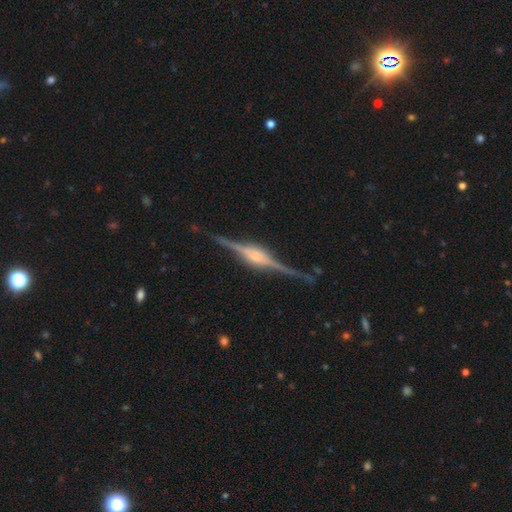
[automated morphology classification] featured or disk 90%, star or artifact 5%, smooth 5%. Down the decision tree: edge-on disk — yes (98%); edge-on bulge — rounded (74%); merging — none (88%).